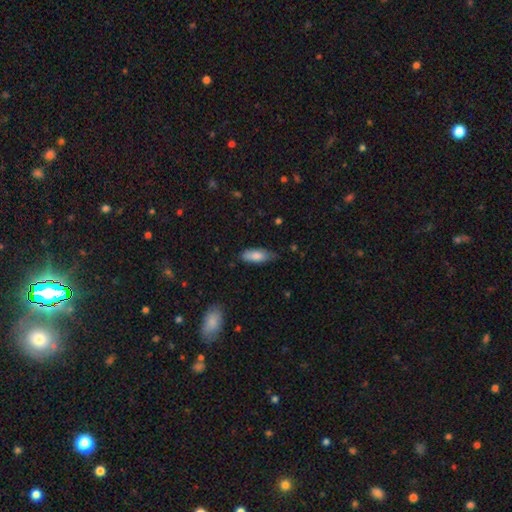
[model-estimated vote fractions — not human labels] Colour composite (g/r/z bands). It shows a smooth galaxy with no disk features (83%) that is in between round and cigar-shaped (71%). Merging: none (70%).